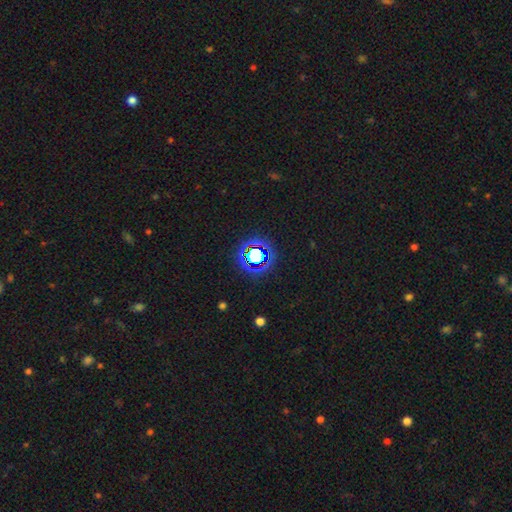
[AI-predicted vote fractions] Q: Smooth or featured?
A: star or artifact (67%); runner-up: smooth (22%)